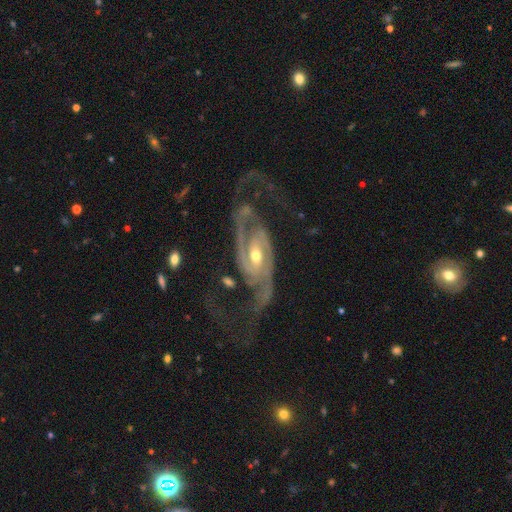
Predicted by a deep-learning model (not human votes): Smooth or featured? Predicted: featured or disk (p=0.92). Edge-on disk? Predicted: no (p=0.96). Bar? Predicted: weak (p=0.40). Spiral arms? Predicted: yes (p=0.98). Spiral winding? Predicted: medium (p=0.47). Spiral arm count? Predicted: 2 (p=0.83). Bulge size? Predicted: moderate (p=0.64). Merging? Predicted: none (p=0.55).